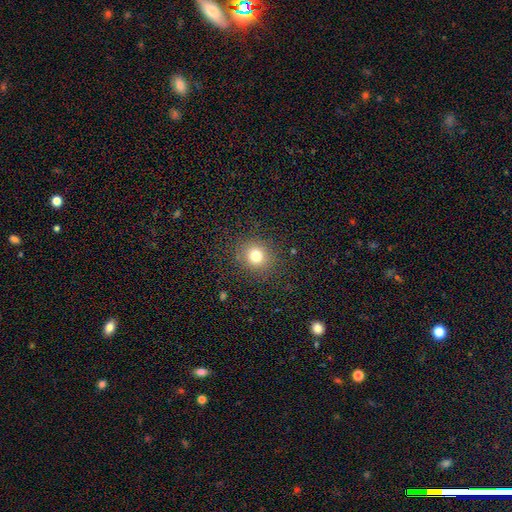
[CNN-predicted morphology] Smooth or featured?
  - smooth: 77% *
  - star or artifact: 15%
  - featured or disk: 8%
How rounded?
  - round: 85% *
  - in between: 14%
  - cigar-shaped: 1%
Merging?
  - none: 87% *
  - minor disturbance: 8%
  - major disturbance: 4%
  - merger: 1%